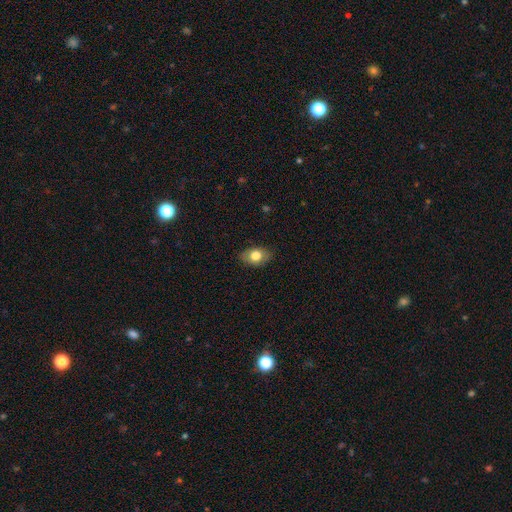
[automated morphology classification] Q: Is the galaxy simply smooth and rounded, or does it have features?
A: smooth — 77%.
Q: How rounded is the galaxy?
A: in between — 82%.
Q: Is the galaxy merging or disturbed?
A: none — 85%.